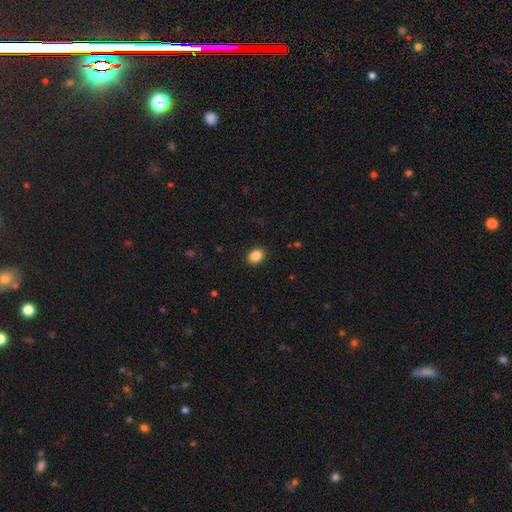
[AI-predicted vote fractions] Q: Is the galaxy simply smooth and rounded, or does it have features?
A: smooth — 87%.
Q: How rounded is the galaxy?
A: in between — 63%.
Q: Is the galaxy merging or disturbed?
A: none — 90%.